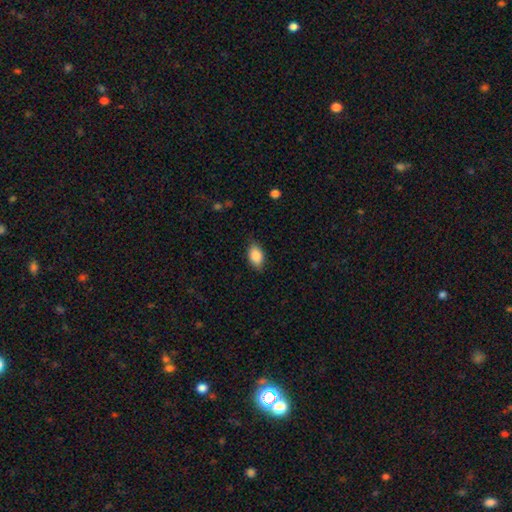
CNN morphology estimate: A smooth galaxy with no disk features (86%) that is in between round and cigar-shaped (90%). Merging: none (80%).